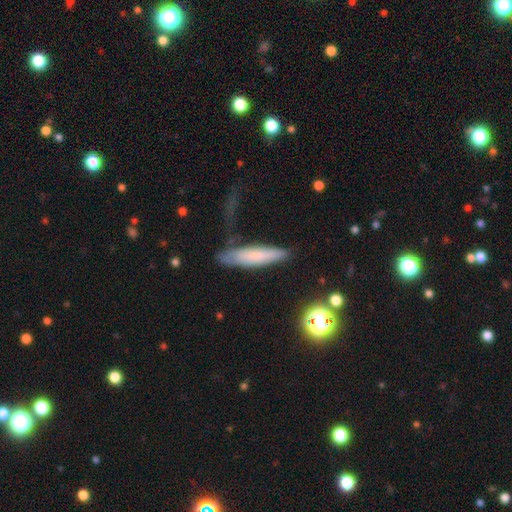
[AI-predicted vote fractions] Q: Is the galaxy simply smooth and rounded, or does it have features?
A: smooth — 66%.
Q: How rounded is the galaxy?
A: cigar-shaped — 82%.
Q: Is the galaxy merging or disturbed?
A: none — 63%.